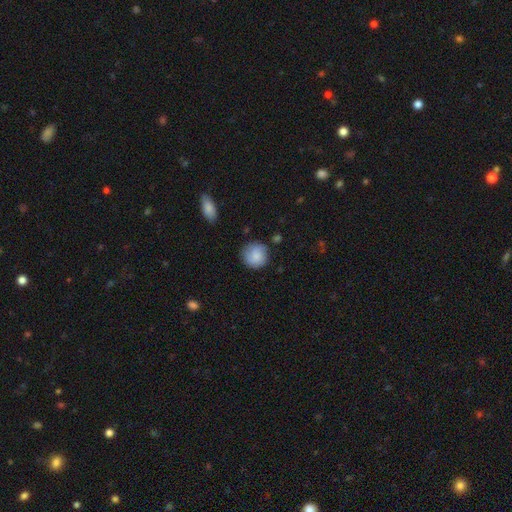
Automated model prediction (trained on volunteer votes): Q: Smooth or featured?
A: smooth (81%); runner-up: featured or disk (12%)
Q: How rounded?
A: round (91%); runner-up: in between (8%)
Q: Merging?
A: none (77%); runner-up: minor disturbance (16%)